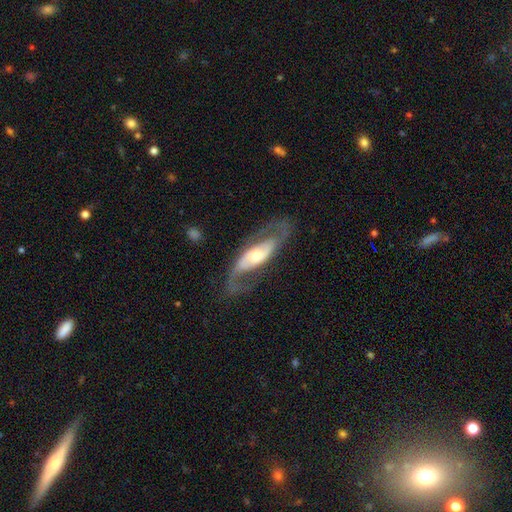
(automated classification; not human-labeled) This appears to be a featured or disk galaxy (83%) with no bar (50%), 2 (89%) medium (43%) spiral arms (88%) and a moderate central bulge (55%). Merging: none (74%).